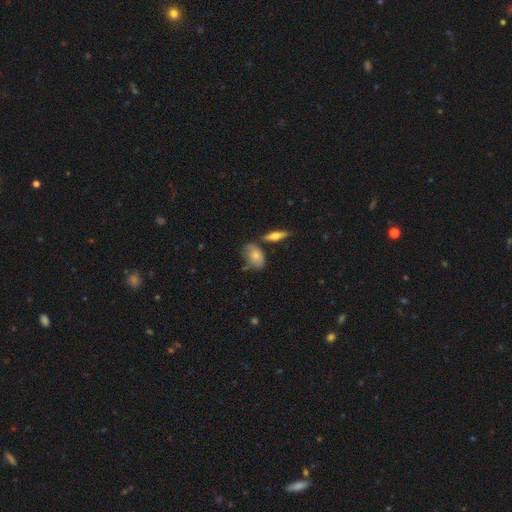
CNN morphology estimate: Smooth or featured? smooth (70%)
How rounded? in between (84%)
Merging? none (55%)